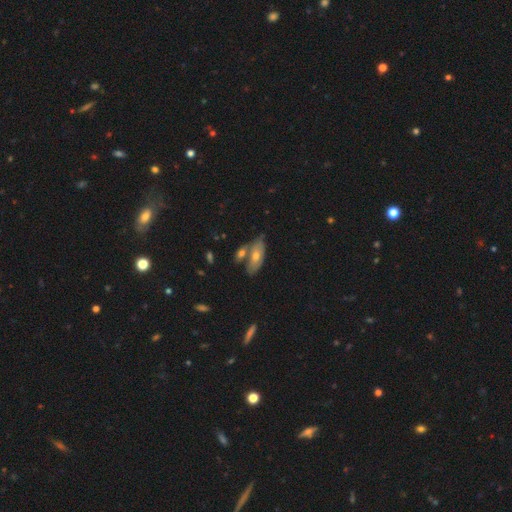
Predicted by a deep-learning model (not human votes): smooth_or_featured: smooth (p=0.53) [alt: featured or disk p=0.38]
how_rounded: in between (p=0.76) [alt: cigar-shaped p=0.20]
merging: none (p=0.57) [alt: merger p=0.24]